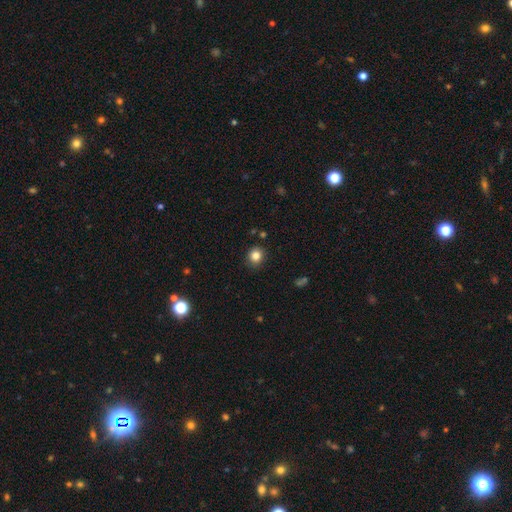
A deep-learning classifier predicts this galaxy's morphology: Q: Smooth or featured?
A: smooth (83%); runner-up: star or artifact (11%)
Q: How rounded?
A: round (85%); runner-up: in between (15%)
Q: Merging?
A: none (89%); runner-up: minor disturbance (8%)